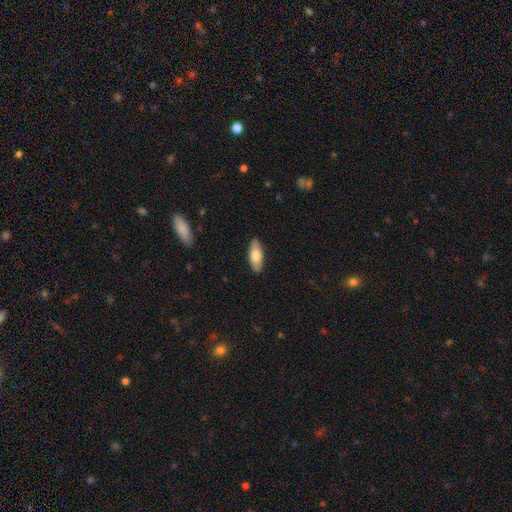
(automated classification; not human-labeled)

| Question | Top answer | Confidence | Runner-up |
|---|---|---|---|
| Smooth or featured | smooth | 69% | featured or disk (25%) |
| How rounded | in between | 74% | cigar-shaped (24%) |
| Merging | none | 89% | minor disturbance (9%) |